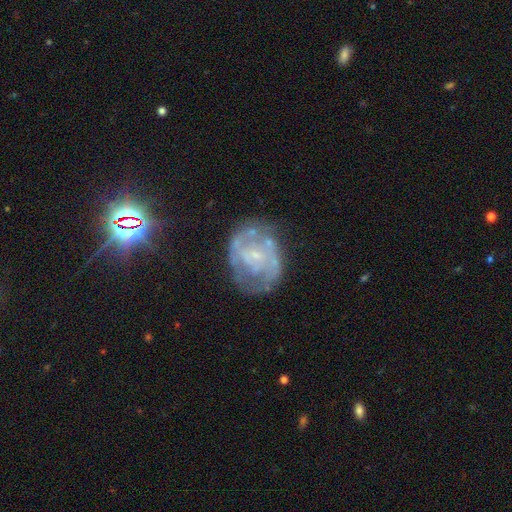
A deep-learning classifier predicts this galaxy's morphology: This appears to be a featured or disk galaxy (75%) with no bar (65%), can't tell (40%, tied with 2) tight (45%) spiral arms (71%) and a small central bulge (69%). Merging: none (59%).